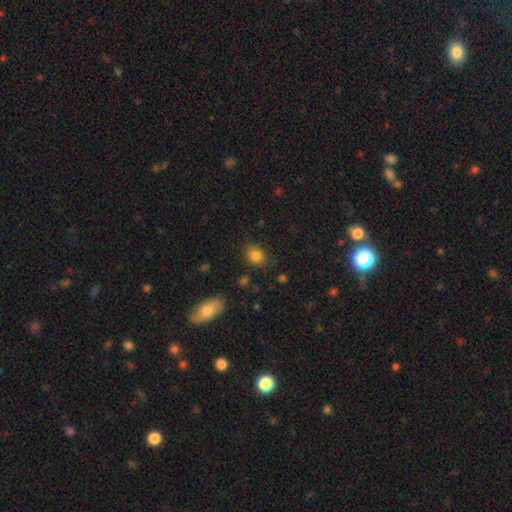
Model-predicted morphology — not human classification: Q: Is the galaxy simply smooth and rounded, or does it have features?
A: smooth — 82%.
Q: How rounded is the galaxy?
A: round — 54%.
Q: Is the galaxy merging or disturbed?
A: none — 75%.